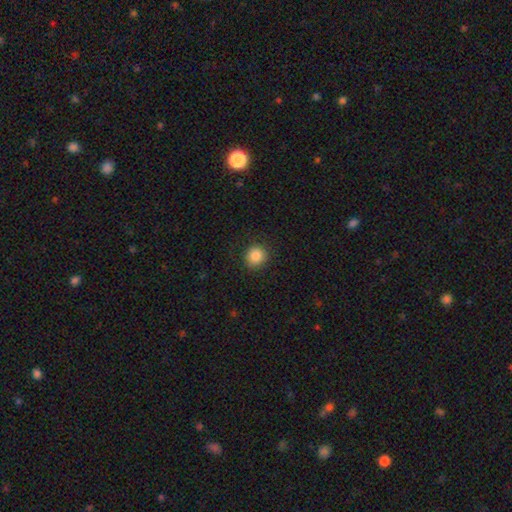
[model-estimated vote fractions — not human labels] This appears to be a smooth galaxy with no disk features (86%) that is round (88%). Merging: none (89%).